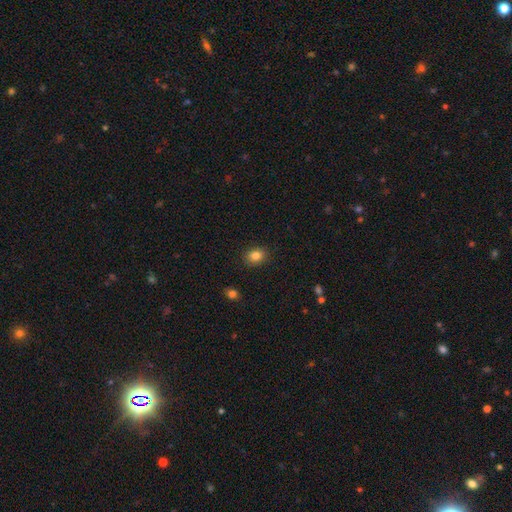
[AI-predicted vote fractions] This is clearly a smooth galaxy (84%). How rounded: possibly in between (55%). Merging: clearly none (89%).